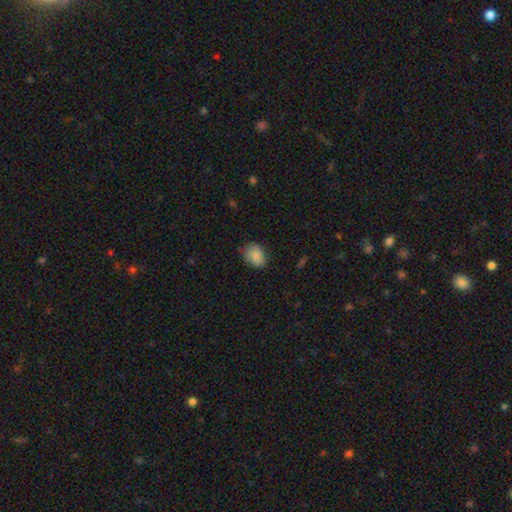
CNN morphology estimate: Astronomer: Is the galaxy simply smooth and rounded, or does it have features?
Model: smooth — 86%.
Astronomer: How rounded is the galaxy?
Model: in between — 65%.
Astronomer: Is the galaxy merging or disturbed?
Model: none — 69%.